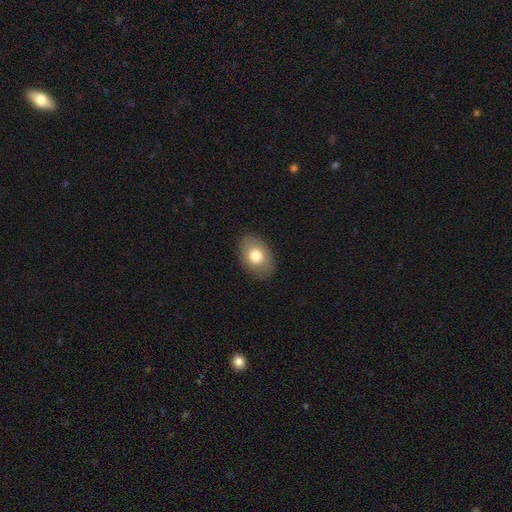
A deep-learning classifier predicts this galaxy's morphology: A smooth galaxy with no disk features (75%) that is in between round and cigar-shaped (82%). Merging: none (85%).